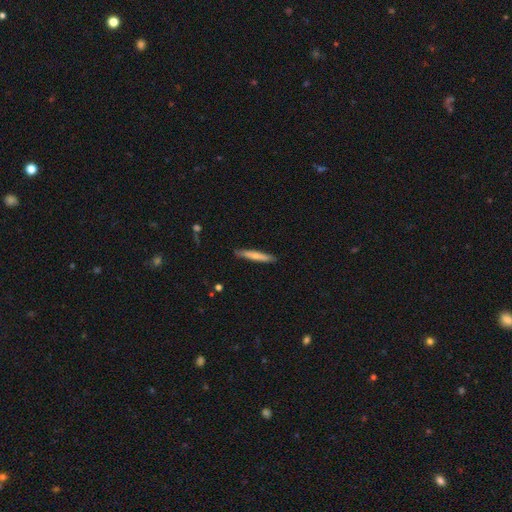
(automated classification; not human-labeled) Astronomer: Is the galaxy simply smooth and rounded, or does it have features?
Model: smooth — 62%.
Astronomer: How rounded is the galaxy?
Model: cigar-shaped — 94%.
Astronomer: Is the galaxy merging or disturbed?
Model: none — 89%.